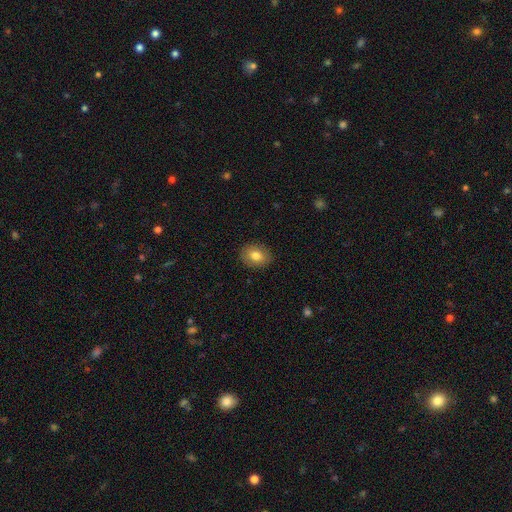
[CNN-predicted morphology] type=smooth (80%); roundness=in between (60%); merging=none (89%).